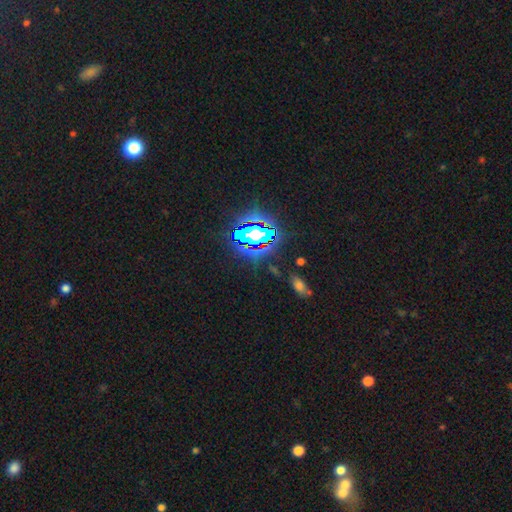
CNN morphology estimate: A star or artifact, not a galaxy (82%).

Vote fractions:
- Smooth or featured? star or artifact: 82% / smooth: 11% / featured or disk: 8%